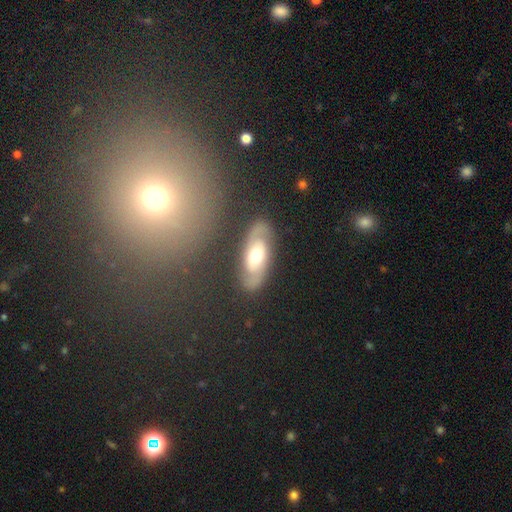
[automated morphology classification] The model was most divided on "spiral winding": tight: 42%, medium: 40%, loose: 17%. More confident: edge-on disk — no (91%); spiral arms — yes (86%); spiral arm count — 2 (84%); merging — none (82%); smooth or featured — featured or disk (74%); bulge size — moderate (71%); bar — no (62%).